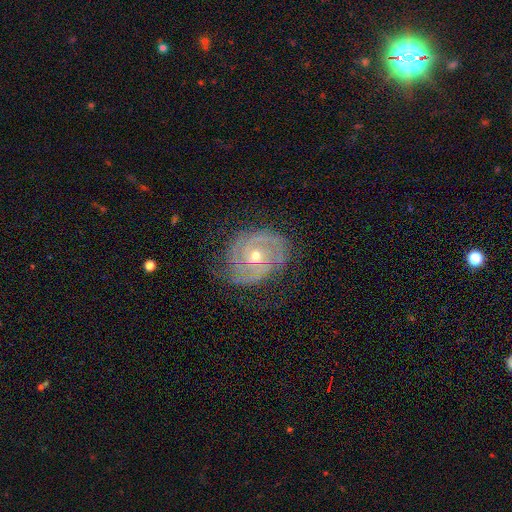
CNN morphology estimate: Q: Smooth or featured?
A: featured or disk (88%); runner-up: smooth (6%)
Q: Edge-on disk?
A: no (97%); runner-up: yes (3%)
Q: Bar?
A: no (75%); runner-up: weak (20%)
Q: Spiral arms?
A: yes (97%); runner-up: no (3%)
Q: Spiral winding?
A: tight (75%); runner-up: medium (21%)
Q: Spiral arm count?
A: 2 (40%); runner-up: 3 (24%)
Q: Bulge size?
A: small (50%); runner-up: moderate (48%)
Q: Merging?
A: none (72%); runner-up: minor disturbance (19%)